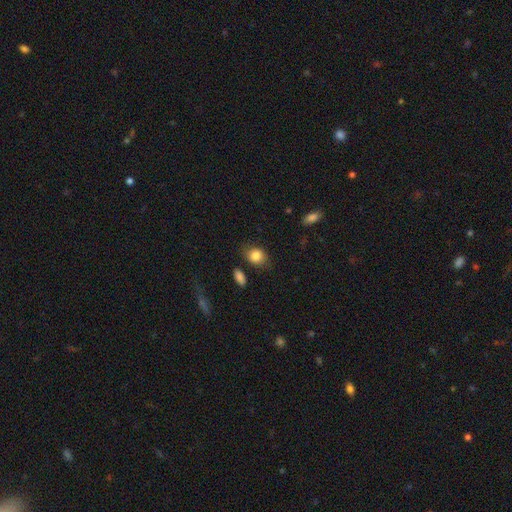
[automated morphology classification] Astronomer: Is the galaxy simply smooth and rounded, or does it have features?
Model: smooth — 84%.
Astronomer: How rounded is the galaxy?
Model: in between — 52% (runner-up: round, 47%).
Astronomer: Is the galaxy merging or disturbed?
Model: none — 73%.